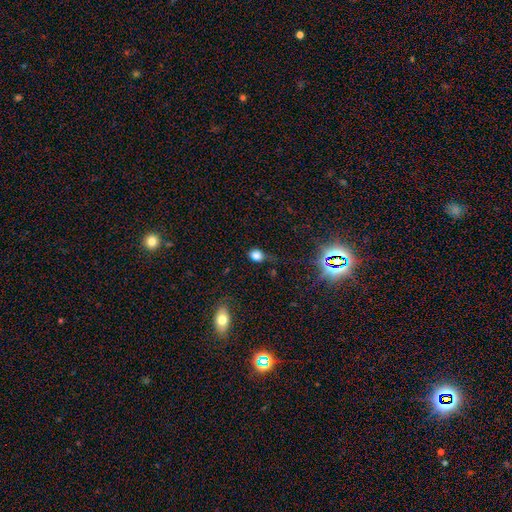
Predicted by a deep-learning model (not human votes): Morphology: type=smooth (77%); roundness=round (49%, tied with in between); merging=none (55%).